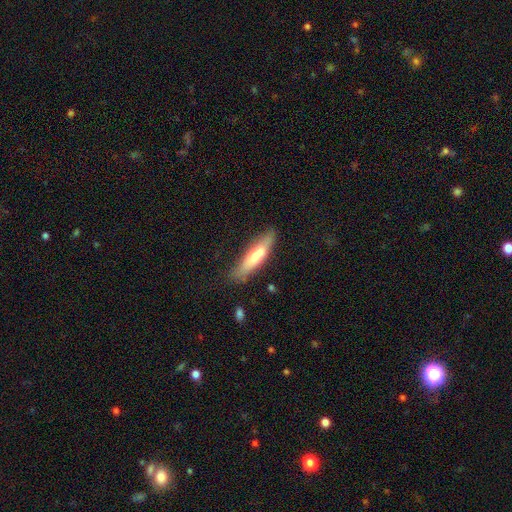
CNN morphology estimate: The model was most divided on "smooth or featured": smooth: 58%, featured or disk: 36%, star or artifact: 6%. More confident: how rounded — cigar-shaped (73%); merging — none (72%).